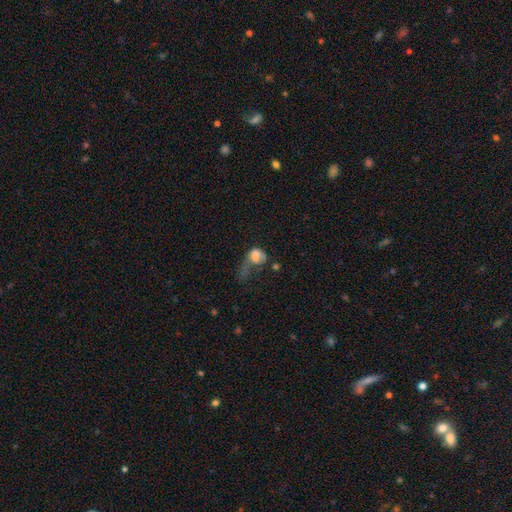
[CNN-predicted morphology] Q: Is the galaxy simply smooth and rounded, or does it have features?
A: smooth — 63%.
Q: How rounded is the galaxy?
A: in between — 59%.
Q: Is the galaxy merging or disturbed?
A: major disturbance — 63%.